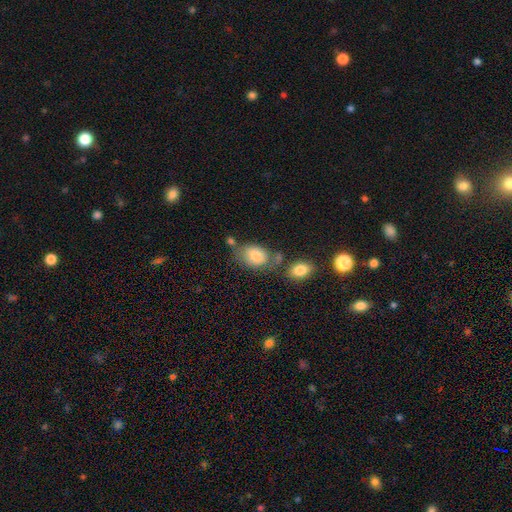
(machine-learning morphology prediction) Smooth or featured? Predicted: smooth (p=0.81). How rounded? Predicted: in between (p=0.75). Merging? Predicted: none (p=0.50).